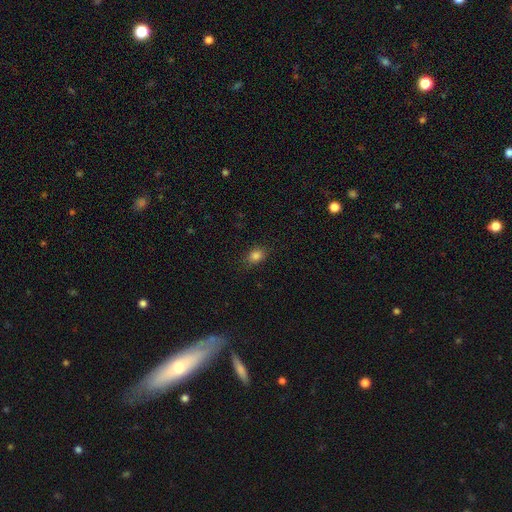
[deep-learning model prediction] A smooth galaxy with no disk features (83%) that is in between round and cigar-shaped (58%). Merging: none (82%).